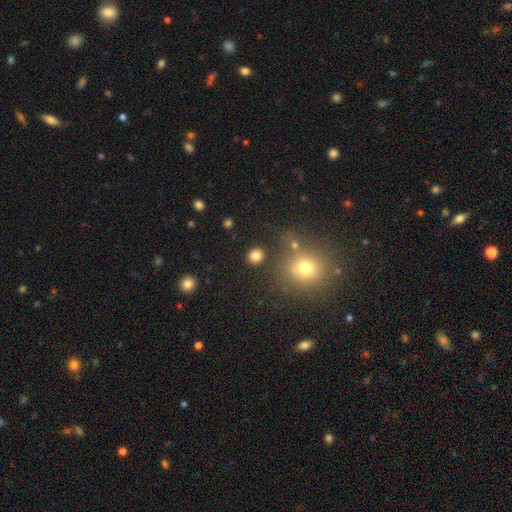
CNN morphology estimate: Smooth or featured: smooth — 82% (star or artifact — 13%)
How rounded: round — 81% (in between — 18%)
Merging: none — 85% (minor disturbance — 7%)